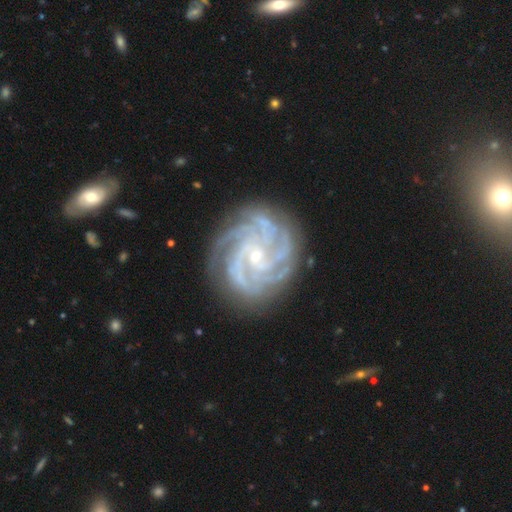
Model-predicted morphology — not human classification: Smooth or featured? featured or disk (92%)
Edge-on disk? no (98%)
Bar? no (63%)
Spiral arms? yes (99%)
Spiral winding? tight (73%)
Spiral arm count? 4 (38%)
Bulge size? small (80%)
Merging? none (82%)